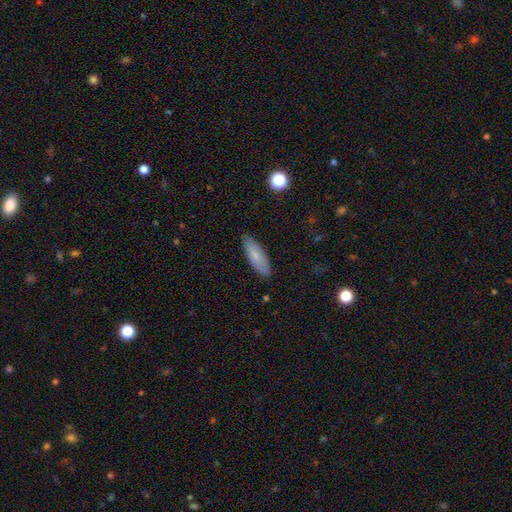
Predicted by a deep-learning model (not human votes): smooth 77%, featured or disk 16%, star or artifact 7%. Down the decision tree: how rounded — in between (56%); merging — none (84%).